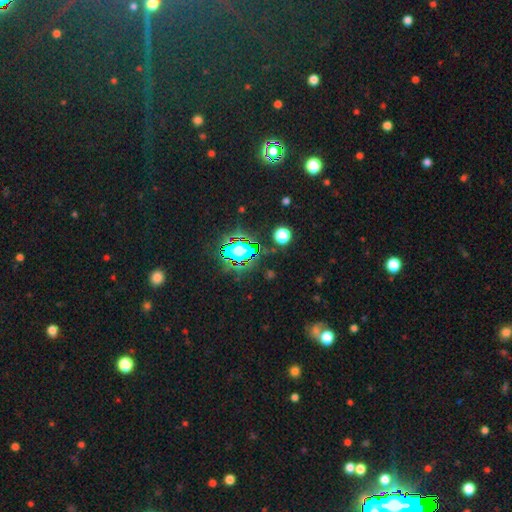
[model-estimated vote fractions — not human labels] smooth_or_featured: star or artifact (p=0.79) [alt: smooth p=0.13]